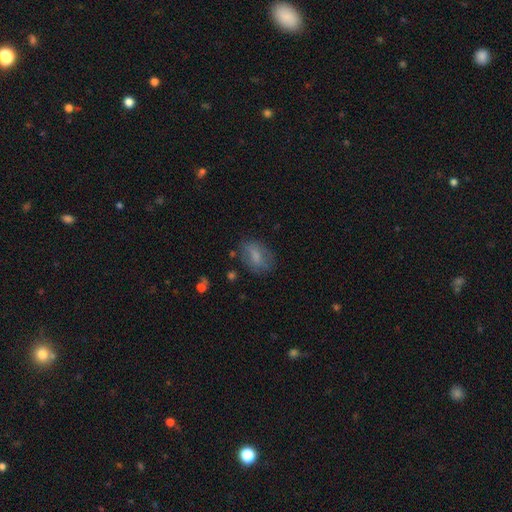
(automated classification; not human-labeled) Morphology: type=smooth (71%); roundness=in between (82%); merging=none (72%).